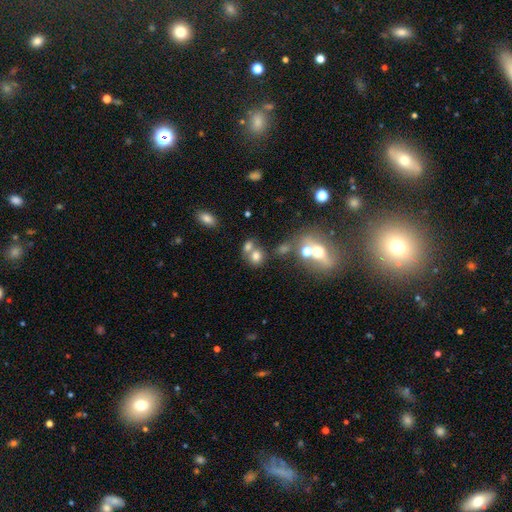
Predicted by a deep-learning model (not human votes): Smooth or featured? Predicted: smooth (p=0.69). How rounded? Predicted: round (p=0.66). Merging? Predicted: none (p=0.42, tied with merger).